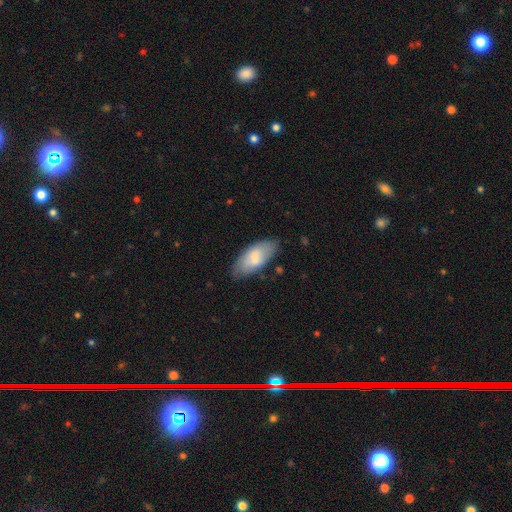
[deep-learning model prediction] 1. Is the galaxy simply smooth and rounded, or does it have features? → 72% smooth, 22% featured or disk, 6% star or artifact.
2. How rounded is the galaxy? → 88% in between, 11% cigar-shaped, 2% round.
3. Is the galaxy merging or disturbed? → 77% none, 17% minor disturbance, 4% major disturbance, 1% merger.